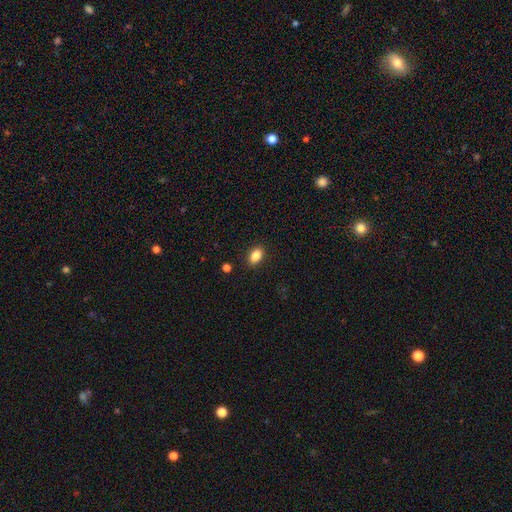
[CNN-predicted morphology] Smooth or featured? Predicted: smooth (p=0.86). How rounded? Predicted: in between (p=0.86). Merging? Predicted: none (p=0.89).